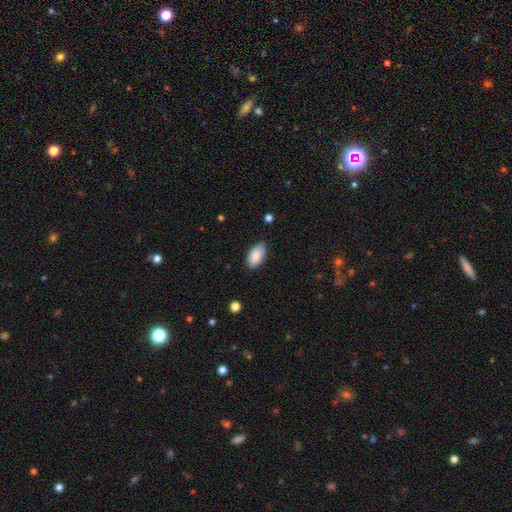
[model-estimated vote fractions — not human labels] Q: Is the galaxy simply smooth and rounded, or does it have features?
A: smooth — 87%.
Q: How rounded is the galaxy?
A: in between — 95%.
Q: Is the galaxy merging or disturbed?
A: none — 85%.